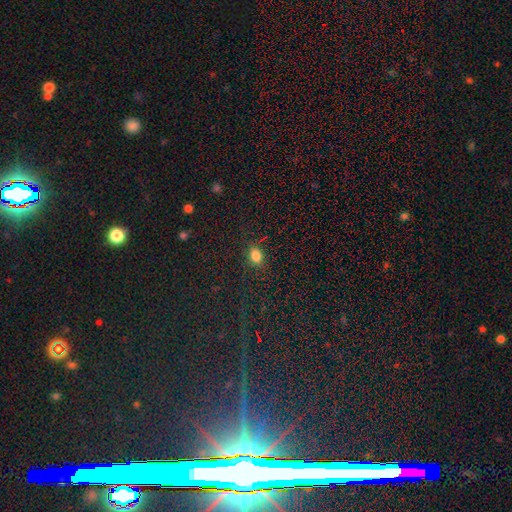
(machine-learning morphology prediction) Q: Smooth or featured?
A: smooth (80%); runner-up: star or artifact (14%)
Q: How rounded?
A: in between (65%); runner-up: round (33%)
Q: Merging?
A: none (83%); runner-up: minor disturbance (12%)